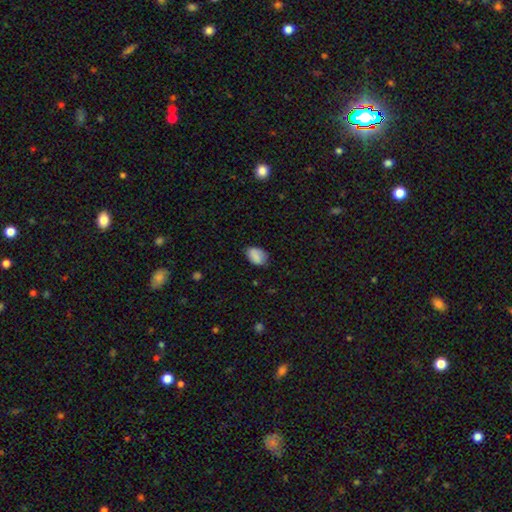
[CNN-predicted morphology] The model was most divided on "merging": none: 74%, minor disturbance: 21%, major disturbance: 4%, merger: 1%. More confident: smooth or featured — smooth (85%); how rounded — in between (81%).